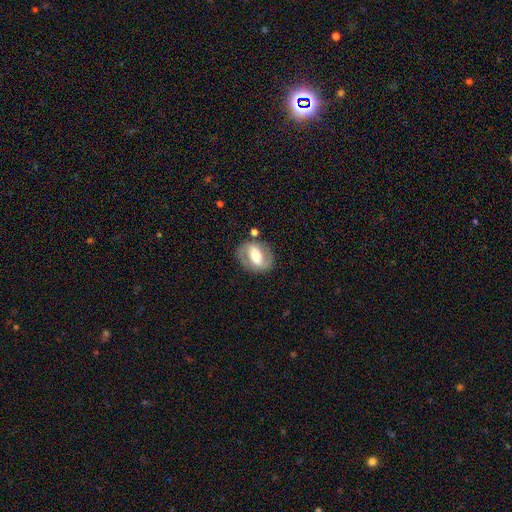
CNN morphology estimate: smooth-or-featured: featured or disk: 67% | smooth: 26% | star or artifact: 6%
  disk-edge-on: no: 95% | yes: 5%
    bar: strong: 50% | weak: 32% | no: 18%
    has-spiral-arms: yes: 72% | no: 28%
    bulge-size: moderate: 58% | large: 22% | small: 15% | dominant: 3% | none: 2%
  merging: none: 78% | minor disturbance: 13% | major disturbance: 6% | merger: 3%